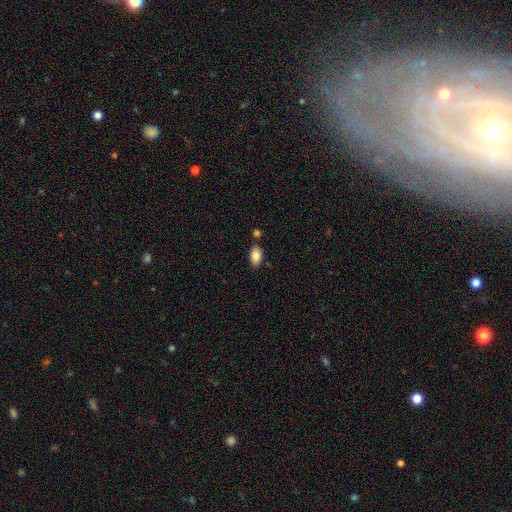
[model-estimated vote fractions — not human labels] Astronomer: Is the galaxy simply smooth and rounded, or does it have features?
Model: smooth — 86%.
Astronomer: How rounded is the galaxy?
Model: in between — 92%.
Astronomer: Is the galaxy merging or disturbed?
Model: none — 79%.